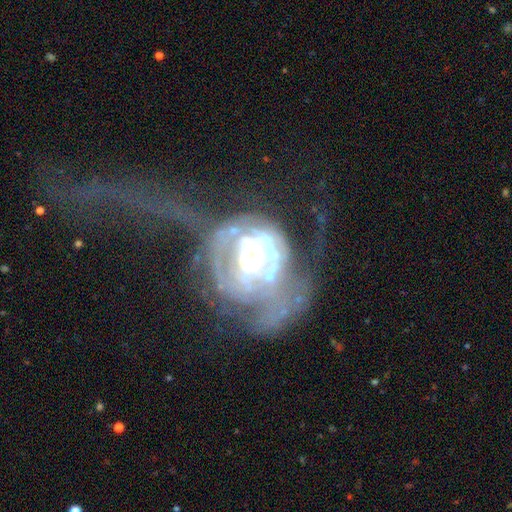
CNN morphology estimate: Smooth or featured? featured or disk (77%)
Edge-on disk? no (98%)
Bar? no (73%)
Spiral arms? yes (52%)
Bulge size? moderate (42%)
Merging? major disturbance (49%)